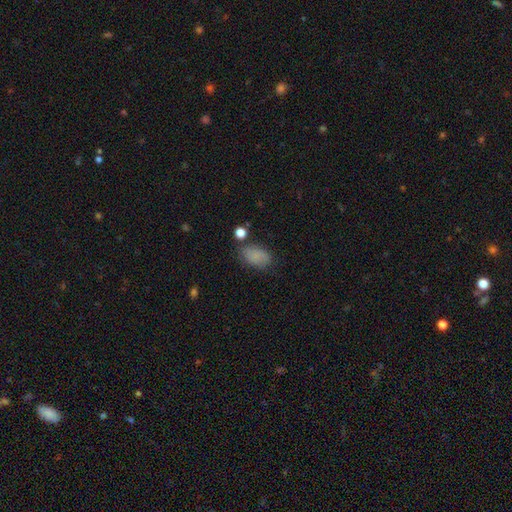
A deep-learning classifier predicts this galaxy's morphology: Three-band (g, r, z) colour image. It shows a smooth galaxy with no disk features (81%) that is in between round and cigar-shaped (88%). Merging: none (70%).